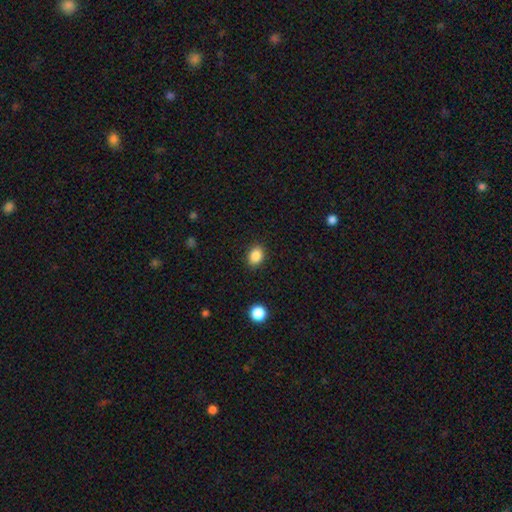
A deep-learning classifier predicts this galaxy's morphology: This appears to be a smooth galaxy with no disk features (87%) that is in between round and cigar-shaped (63%). Merging: none (88%).